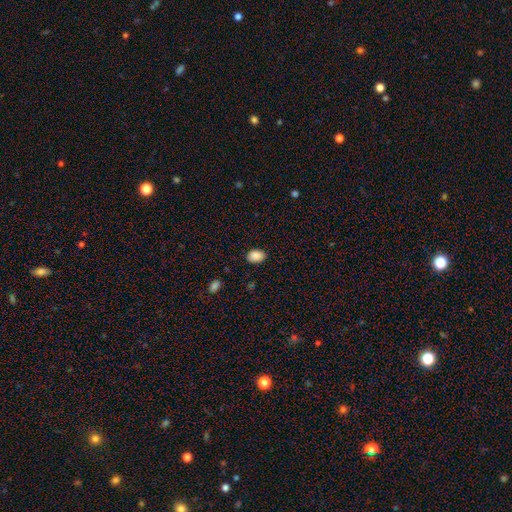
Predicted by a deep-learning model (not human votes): This is clearly a smooth galaxy (89%). How rounded: clearly in between (82%). Merging: clearly none (86%).